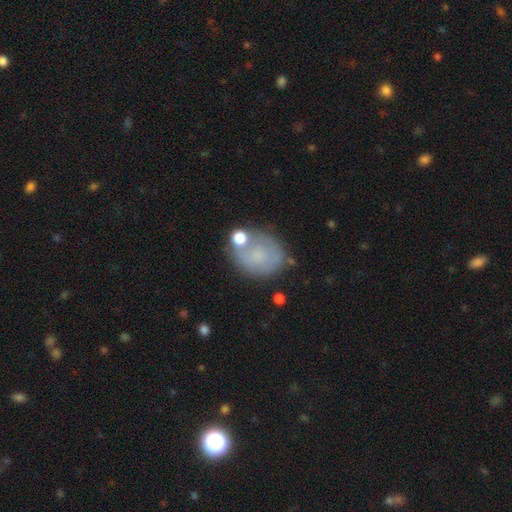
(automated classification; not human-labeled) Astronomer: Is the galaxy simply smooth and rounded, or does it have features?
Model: smooth — 61%.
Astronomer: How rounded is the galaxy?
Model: round — 55% (runner-up: in between, 44%).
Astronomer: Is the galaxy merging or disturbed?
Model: none — 54%.